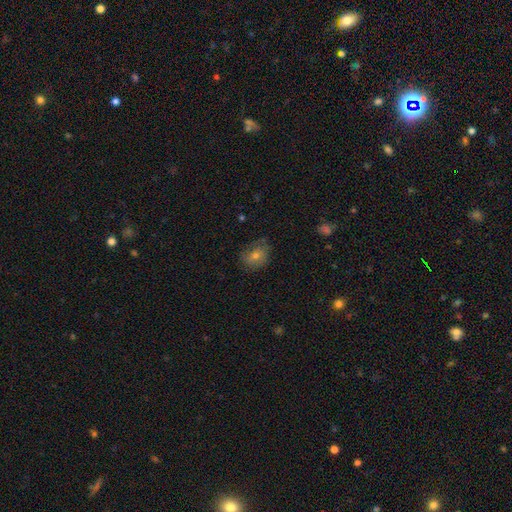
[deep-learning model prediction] This appears to be a smooth galaxy with no disk features (55%) that is round (51%). Merging: none (70%).